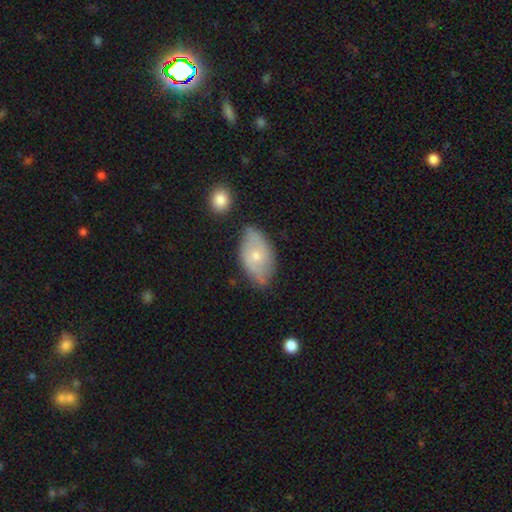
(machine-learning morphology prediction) The model was most divided on "smooth or featured": smooth: 52%, featured or disk: 41%, star or artifact: 7%. More confident: how rounded — in between (92%); merging — none (61%).